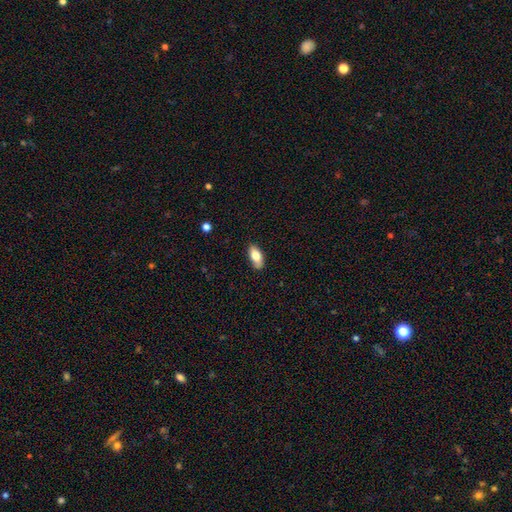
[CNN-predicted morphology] A smooth galaxy with no disk features (79%) that is in between round and cigar-shaped (87%). Merging: none (80%).